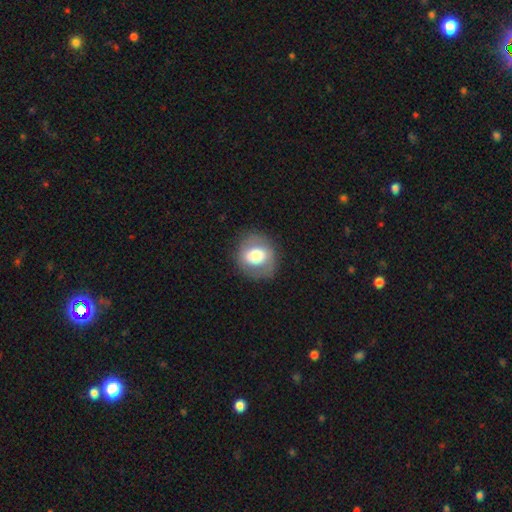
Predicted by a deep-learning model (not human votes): Smooth or featured? Predicted: smooth (p=0.58). How rounded? Predicted: round (p=0.76). Merging? Predicted: none (p=0.81).